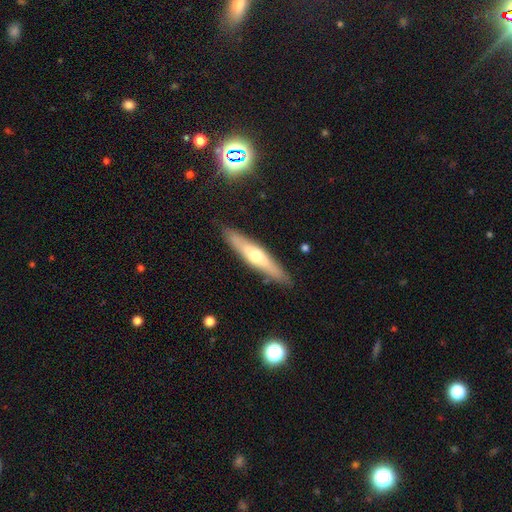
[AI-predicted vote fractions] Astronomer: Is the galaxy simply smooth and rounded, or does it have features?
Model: featured or disk — 53% (runner-up: smooth, 41%).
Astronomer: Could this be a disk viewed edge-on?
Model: yes — 87%.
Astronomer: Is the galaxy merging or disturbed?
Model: none — 88%.